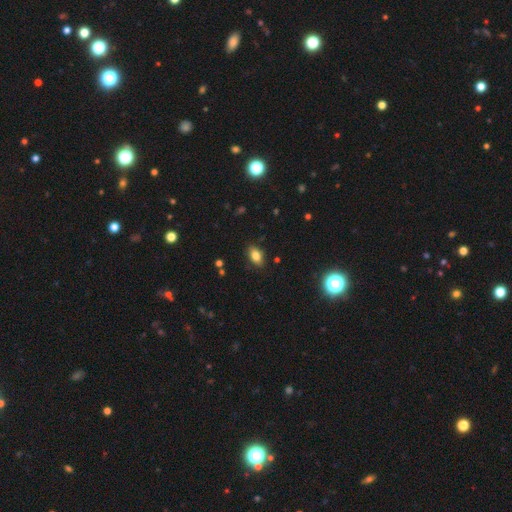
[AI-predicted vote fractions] A smooth galaxy with no disk features (80%) that is in between round and cigar-shaped (87%). Merging: none (85%).